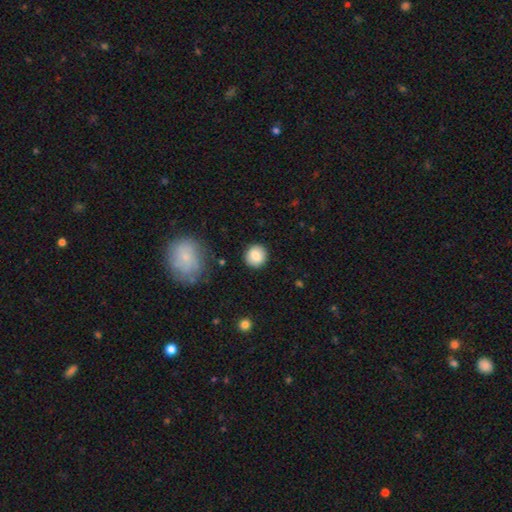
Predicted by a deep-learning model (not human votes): Smooth or featured: smooth — 85% (star or artifact — 8%)
How rounded: round — 89% (in between — 10%)
Merging: none — 89% (minor disturbance — 7%)